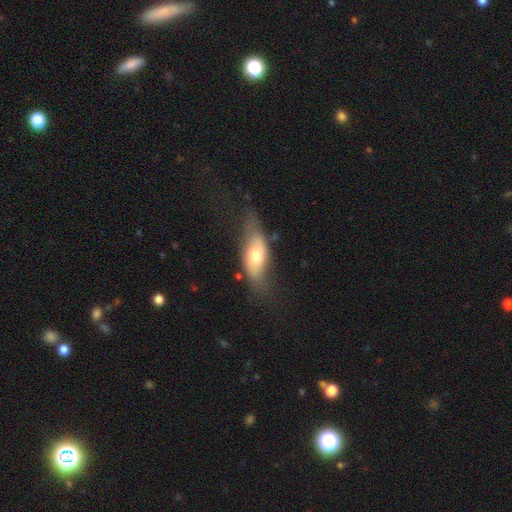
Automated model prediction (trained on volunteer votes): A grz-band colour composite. It shows a smooth galaxy with no disk features (54%) that is in between round and cigar-shaped (79%). Merging: none (55%).